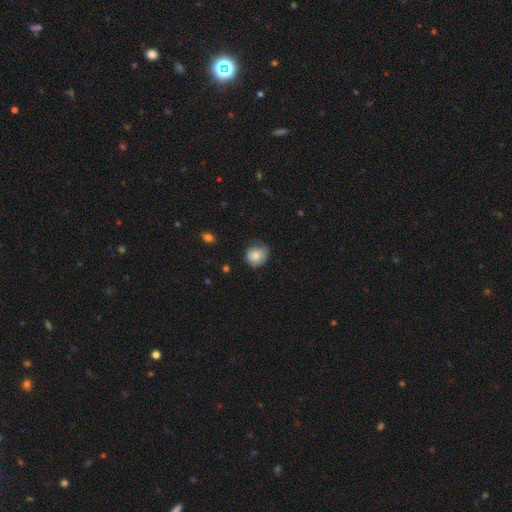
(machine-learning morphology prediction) Overall: smooth (79%). How rounded: round (79%). Merging: none (60%; minor disturbance 31%).